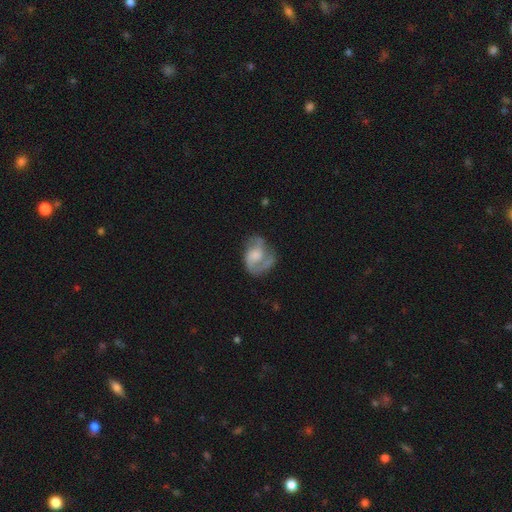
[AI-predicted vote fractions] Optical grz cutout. It shows a featured or disk galaxy (69%) with no bar (66%), 2 (64%) medium (47%) spiral arms (86%) and a moderate central bulge (32%). Merging: none (52%).